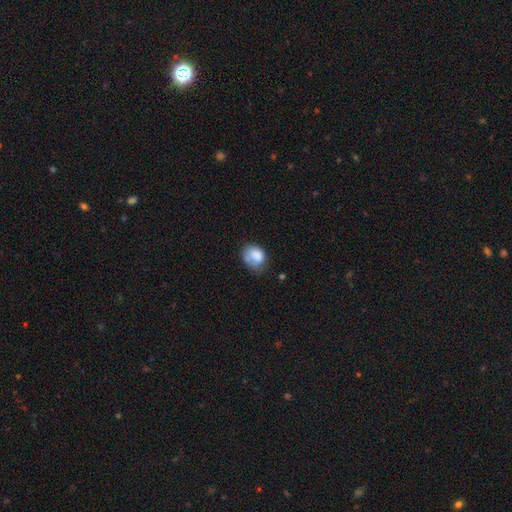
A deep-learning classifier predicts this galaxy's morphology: This appears to be a smooth galaxy with no disk features (80%) that is in between round and cigar-shaped (55%). Merging: none (46%).